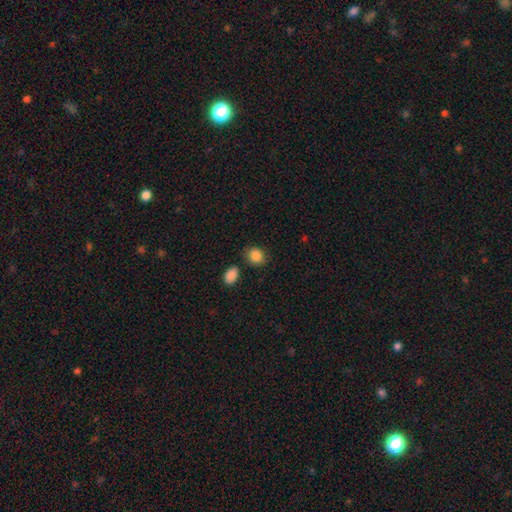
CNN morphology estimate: A smooth galaxy with no disk features (87%) that is round (62%).

Vote fractions:
- Smooth or featured? smooth: 87% / star or artifact: 9% / featured or disk: 4%
- How rounded? round: 62% / in between: 37% / cigar-shaped: 1%
- Merging? none: 76% / minor disturbance: 14% / merger: 7% / major disturbance: 3%